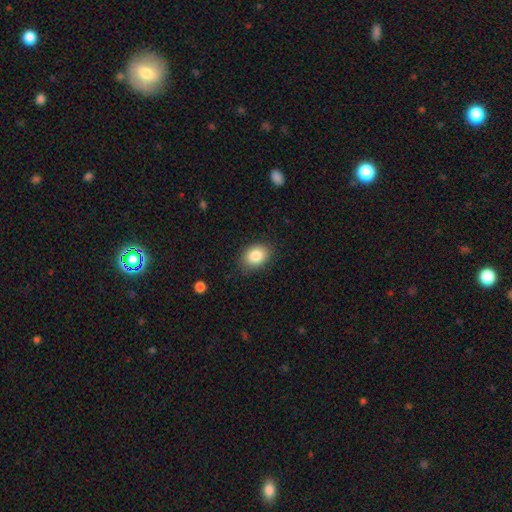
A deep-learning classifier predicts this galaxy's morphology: Smooth or featured? smooth (85%)
How rounded? in between (70%)
Merging? none (84%)